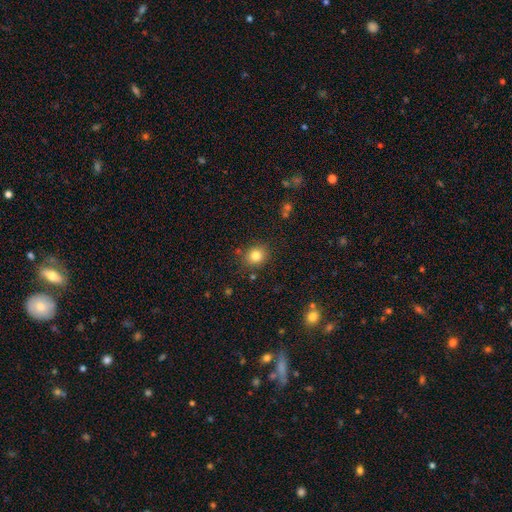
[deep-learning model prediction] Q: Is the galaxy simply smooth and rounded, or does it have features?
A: smooth — 81%.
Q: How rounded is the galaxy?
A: round — 73%.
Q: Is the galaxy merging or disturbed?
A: none — 84%.